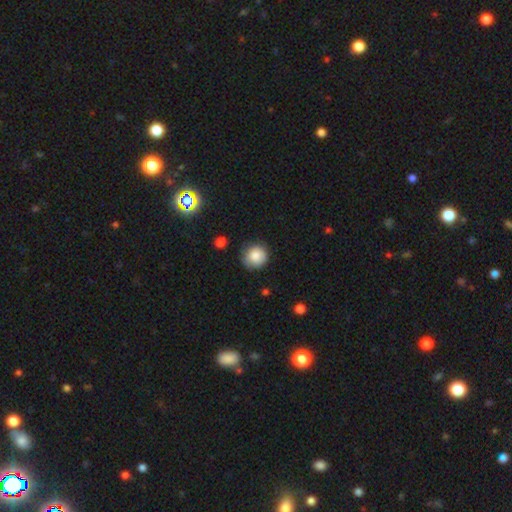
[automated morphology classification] Q: Smooth or featured?
A: smooth (84%); runner-up: star or artifact (9%)
Q: How rounded?
A: round (91%); runner-up: in between (8%)
Q: Merging?
A: none (76%); runner-up: minor disturbance (18%)